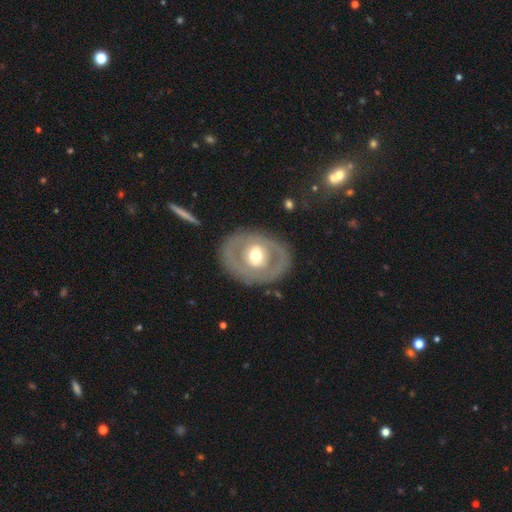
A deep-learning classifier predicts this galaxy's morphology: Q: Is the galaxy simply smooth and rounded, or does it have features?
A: featured or disk — 61%.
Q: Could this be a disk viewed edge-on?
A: no — 93%.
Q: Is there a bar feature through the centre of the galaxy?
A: no — 61%.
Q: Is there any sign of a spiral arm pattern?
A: no — 81%.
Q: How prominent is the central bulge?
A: moderate — 67%.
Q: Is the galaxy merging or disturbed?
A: none — 82%.